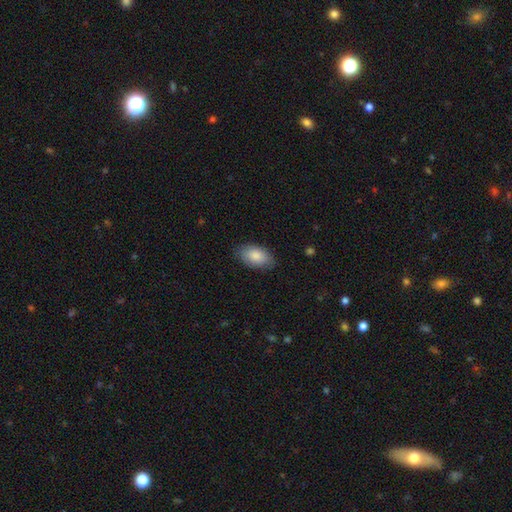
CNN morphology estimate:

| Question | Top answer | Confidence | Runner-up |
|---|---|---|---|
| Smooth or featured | smooth | 86% | featured or disk (8%) |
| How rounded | in between | 94% | round (4%) |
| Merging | none | 83% | minor disturbance (13%) |